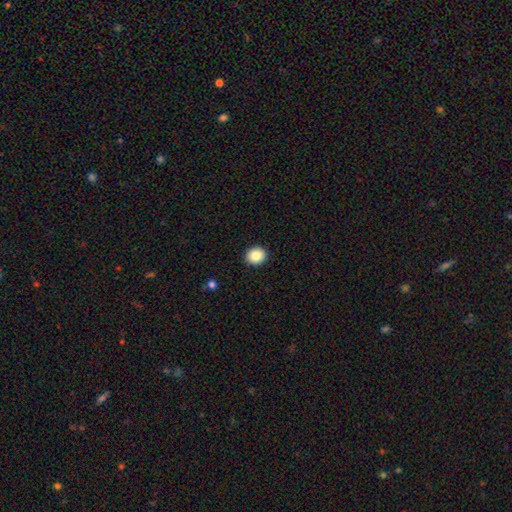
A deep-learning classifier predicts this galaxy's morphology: Q: Smooth or featured?
A: smooth (86%); runner-up: star or artifact (9%)
Q: How rounded?
A: round (74%); runner-up: in between (25%)
Q: Merging?
A: none (92%); runner-up: minor disturbance (6%)